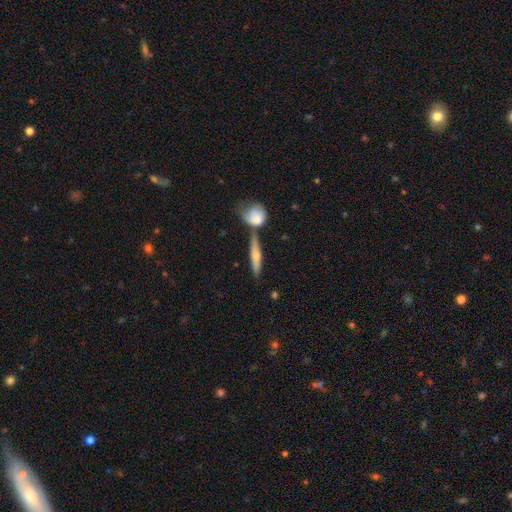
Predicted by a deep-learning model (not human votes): Smooth or featured: smooth — 53% (featured or disk — 40%)
How rounded: cigar-shaped — 79% (in between — 16%)
Merging: none — 65% (merger — 19%)